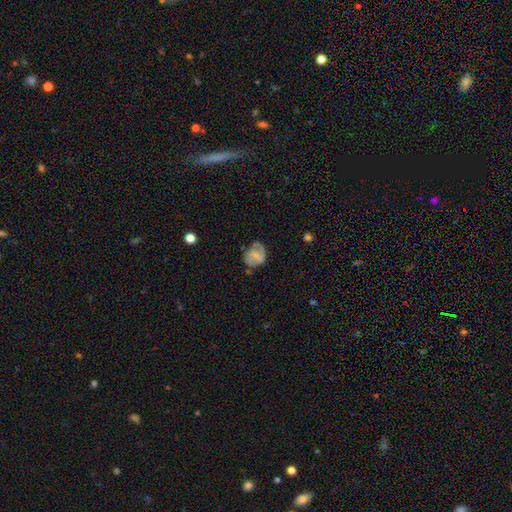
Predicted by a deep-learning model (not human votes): A featured or disk galaxy (52%) with a weak bar (45%), spiral arms (70%) and no central bulge (42%). Merging: none (53%).